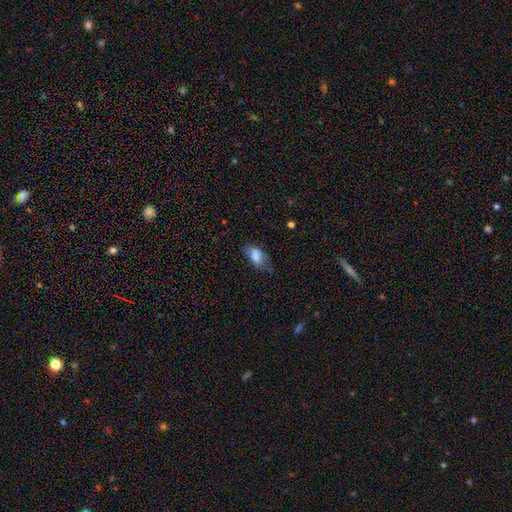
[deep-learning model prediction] Smooth or featured? smooth (76%)
How rounded? in between (90%)
Merging? none (48%)